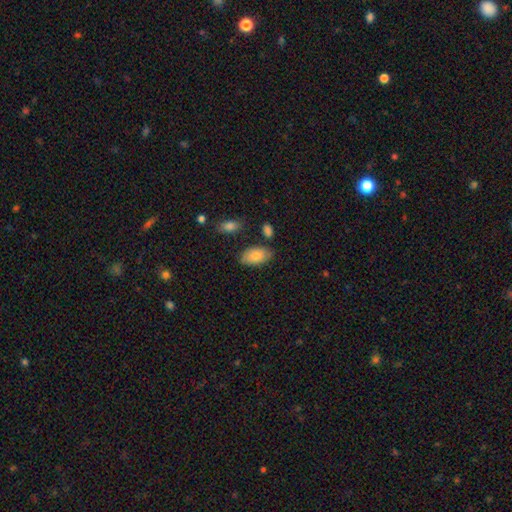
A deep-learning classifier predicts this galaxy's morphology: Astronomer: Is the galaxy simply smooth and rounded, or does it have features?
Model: smooth — 83%.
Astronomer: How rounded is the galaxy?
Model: in between — 95%.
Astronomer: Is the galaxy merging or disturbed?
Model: none — 77%.